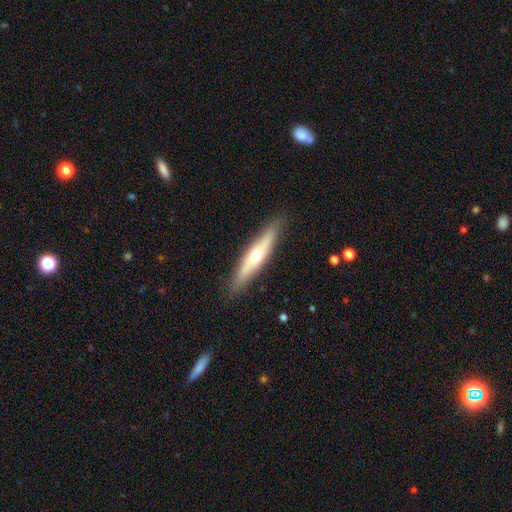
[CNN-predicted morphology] smooth_or_featured: featured or disk (p=0.53) [alt: smooth p=0.41]
disk_edge_on: yes (p=0.88) [alt: no p=0.12]
merging: none (p=0.88) [alt: minor disturbance p=0.09]